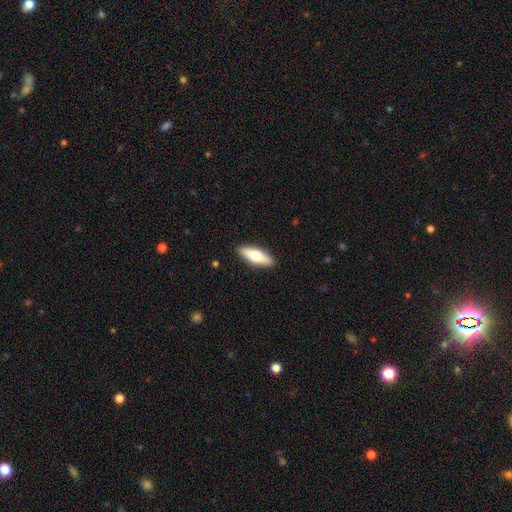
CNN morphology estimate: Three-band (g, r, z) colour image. It shows a smooth galaxy with no disk features (56%) that is in between round and cigar-shaped (56%). Merging: none (90%).